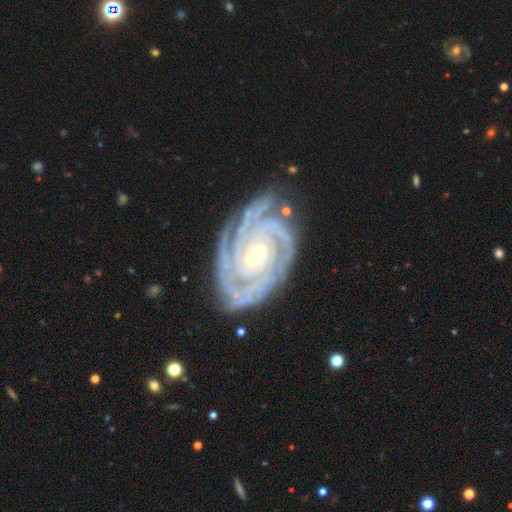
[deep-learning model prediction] Overall: featured or disk (92%). Edge-on disk: no (97%). Bar: no (60%; weak 26%). Spiral arms: yes (99%). Spiral arm count: 4 (33%; 3 27%). Spiral winding: tight (81%). Bulge size: small (77%). Merging: none (75%).